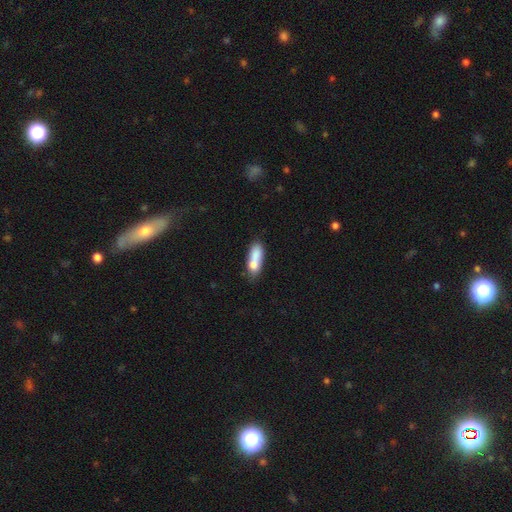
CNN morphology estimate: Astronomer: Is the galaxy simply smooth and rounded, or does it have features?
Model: smooth — 72%.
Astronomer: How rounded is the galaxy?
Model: in between — 62%.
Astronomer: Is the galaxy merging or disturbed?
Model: merger — 42% (runner-up: none, 34%).